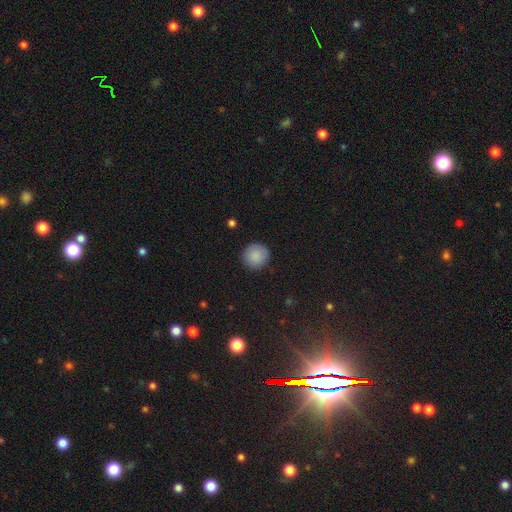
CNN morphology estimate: A smooth galaxy with no disk features (88%) that is round (95%). Merging: none (90%).